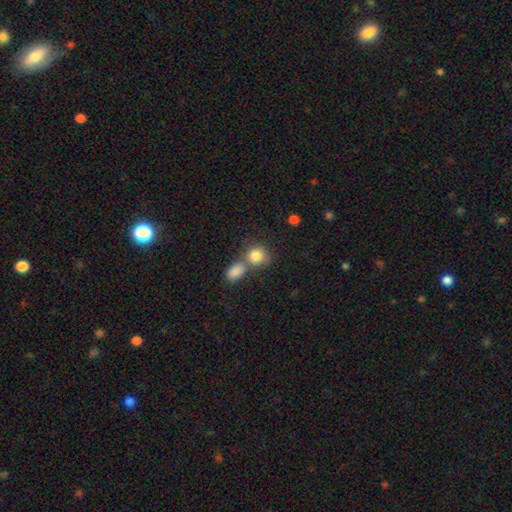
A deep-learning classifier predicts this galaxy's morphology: type=smooth (84%); roundness=round (66%); merging=merger (48%).